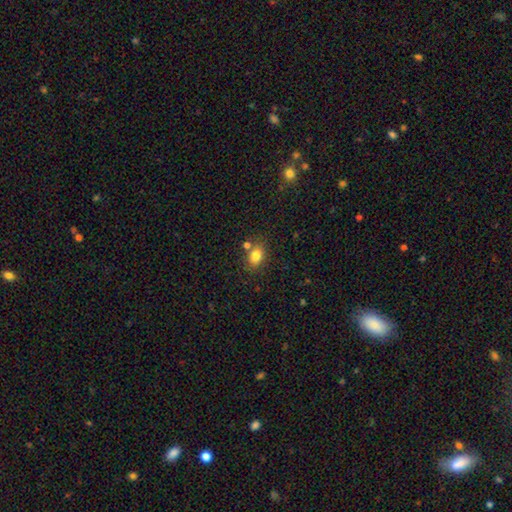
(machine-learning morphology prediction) smooth 82%, star or artifact 10%, featured or disk 7%. Down the decision tree: how rounded — in between (71%); merging — none (70%).